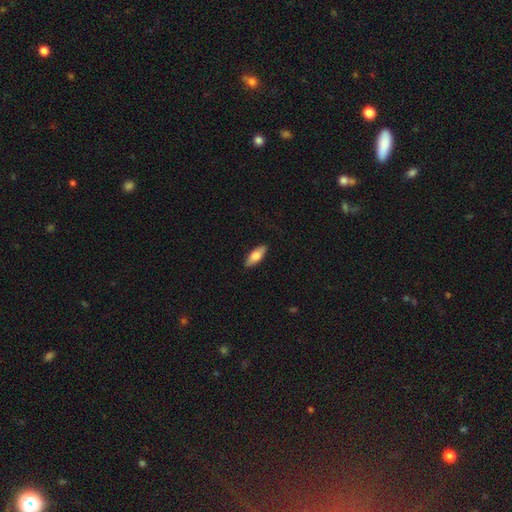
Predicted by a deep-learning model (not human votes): This appears to be a smooth galaxy with no disk features (72%) that is in between round and cigar-shaped (72%). Merging: none (88%).